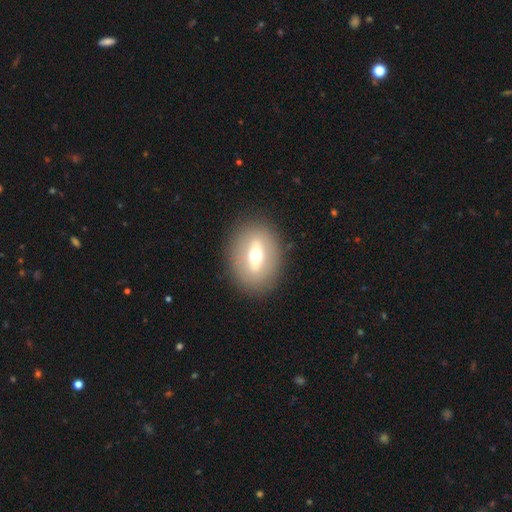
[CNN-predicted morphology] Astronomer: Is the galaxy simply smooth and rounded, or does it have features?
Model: featured or disk — 49% (runner-up: smooth, 43%).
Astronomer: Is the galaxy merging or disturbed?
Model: none — 86%.